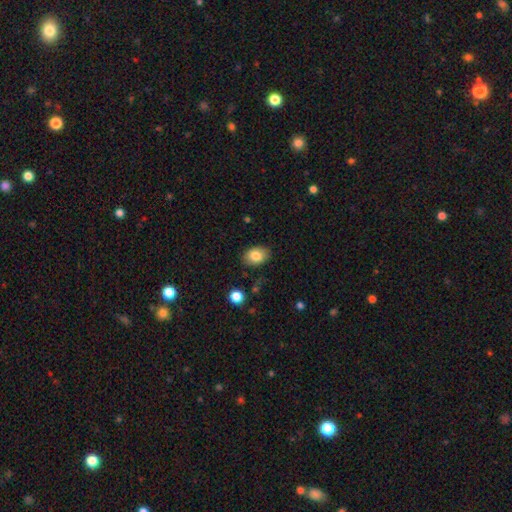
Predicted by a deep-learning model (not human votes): Smooth or featured? smooth (83%)
How rounded? in between (83%)
Merging? none (85%)